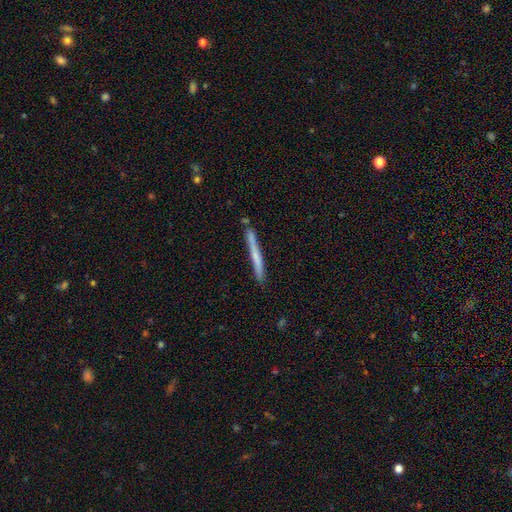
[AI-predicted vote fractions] smooth_or_featured: smooth (p=0.52) [alt: featured or disk p=0.42]
how_rounded: cigar-shaped (p=0.97) [alt: in between p=0.02]
merging: none (p=0.84) [alt: minor disturbance p=0.11]